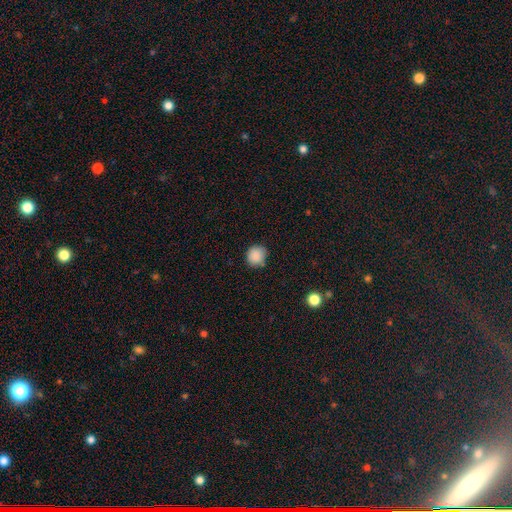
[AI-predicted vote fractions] This is clearly a smooth galaxy (88%). How rounded: clearly round (85%). Merging: clearly none (81%).